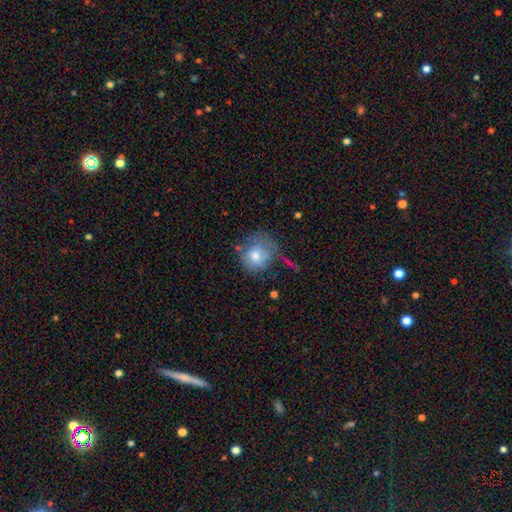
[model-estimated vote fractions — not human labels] smooth_or_featured: smooth (p=0.70) [alt: featured or disk p=0.21]
how_rounded: round (p=0.78) [alt: in between p=0.21]
merging: none (p=0.51) [alt: minor disturbance p=0.25]